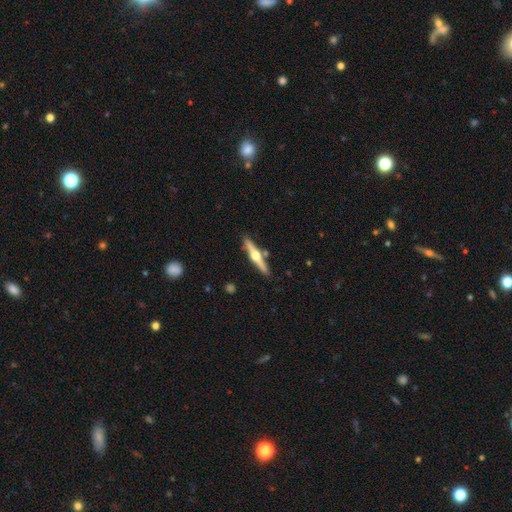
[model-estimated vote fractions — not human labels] The model was most divided on "smooth or featured": featured or disk: 71%, smooth: 24%, star or artifact: 5%. More confident: edge-on disk — yes (97%); edge-on bulge — rounded (95%); merging — none (86%).